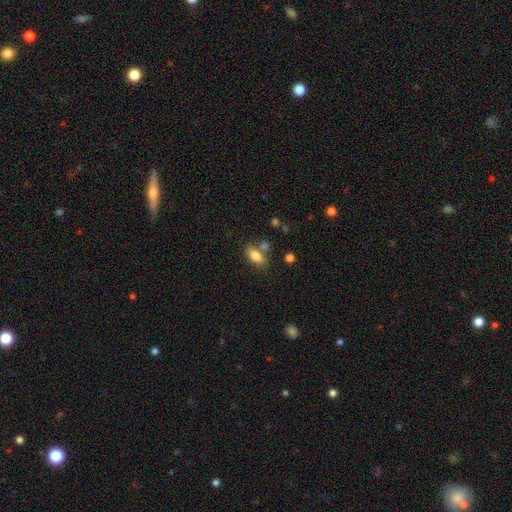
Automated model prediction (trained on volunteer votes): smooth 81%, featured or disk 11%, star or artifact 8%. Down the decision tree: how rounded — in between (85%); merging — none (66%).